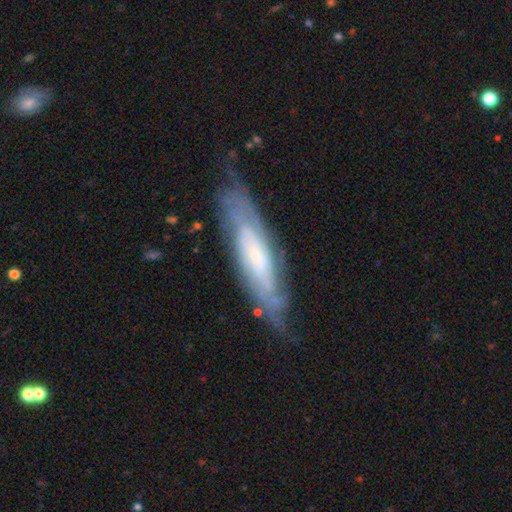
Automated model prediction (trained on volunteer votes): Smooth or featured? Predicted: featured or disk (p=0.72). Edge-on disk? Predicted: no (p=0.67). Merging? Predicted: none (p=0.70).